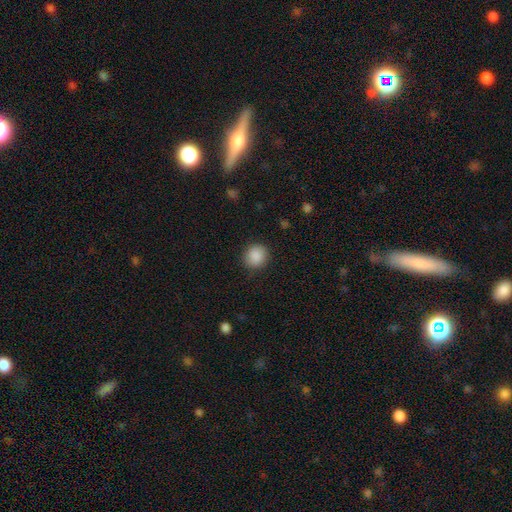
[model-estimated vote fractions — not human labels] smooth_or_featured: smooth (p=0.89) [alt: star or artifact p=0.08]
how_rounded: round (p=0.88) [alt: in between p=0.12]
merging: none (p=0.89) [alt: minor disturbance p=0.07]